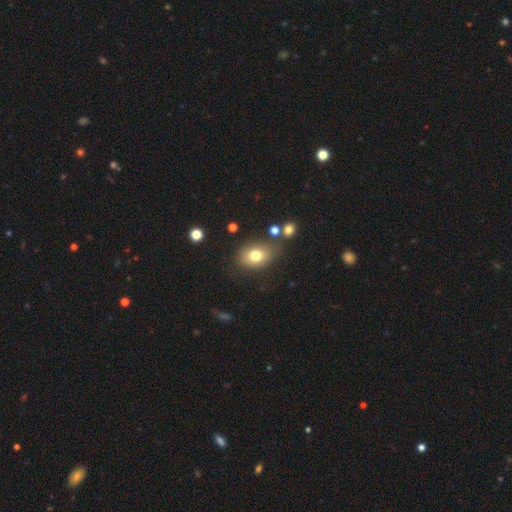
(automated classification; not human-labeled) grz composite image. It shows a smooth galaxy with no disk features (77%) that is in between round and cigar-shaped (72%). Merging: none (71%).